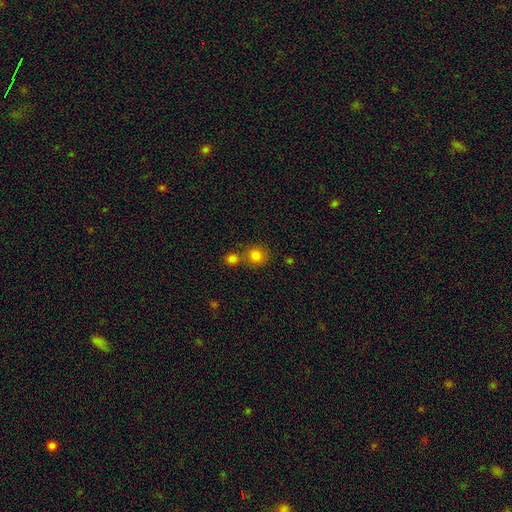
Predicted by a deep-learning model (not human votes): A smooth galaxy with no disk features (82%) that is round (85%). Merging: none (57%).